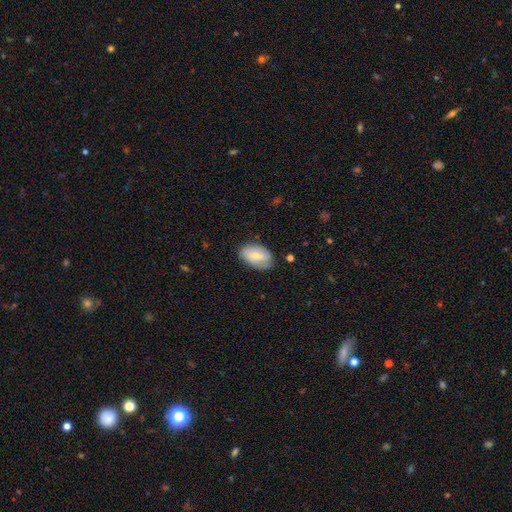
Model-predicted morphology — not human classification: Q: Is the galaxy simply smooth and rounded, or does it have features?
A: smooth — 66%.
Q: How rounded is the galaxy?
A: in between — 91%.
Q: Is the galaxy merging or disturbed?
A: none — 75%.